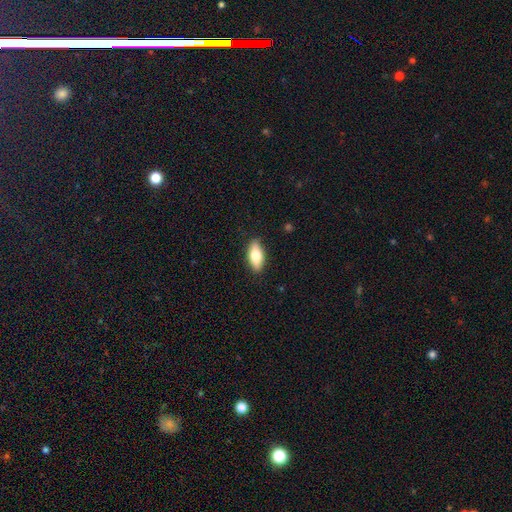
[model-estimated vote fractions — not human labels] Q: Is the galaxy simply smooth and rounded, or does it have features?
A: smooth — 74%.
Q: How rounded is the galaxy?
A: in between — 83%.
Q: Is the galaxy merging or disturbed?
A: none — 88%.